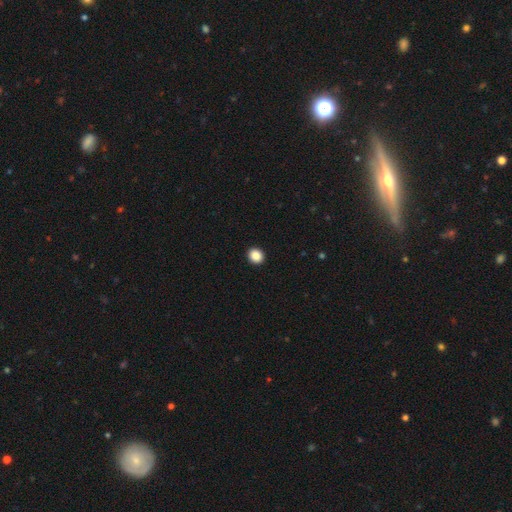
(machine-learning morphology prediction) type=smooth (88%); roundness=round (79%); merging=none (93%).